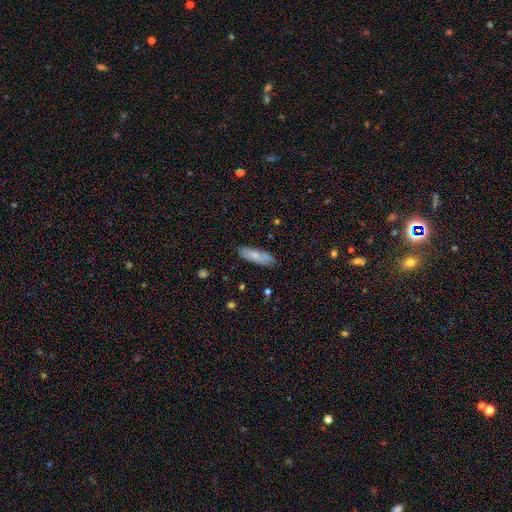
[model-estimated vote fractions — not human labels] Smooth or featured?
  - smooth: 77% *
  - featured or disk: 17%
  - star or artifact: 6%
How rounded?
  - in between: 52% *
  - cigar-shaped: 46%
  - round: 2%
Merging?
  - none: 82% *
  - minor disturbance: 14%
  - major disturbance: 3%
  - merger: 1%